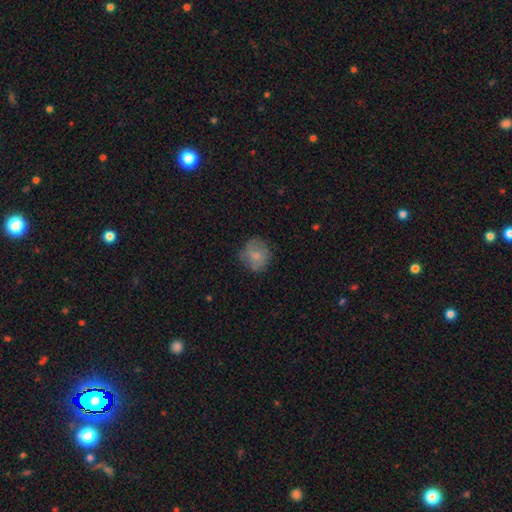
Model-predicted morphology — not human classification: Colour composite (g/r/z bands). It shows a smooth galaxy with no disk features (74%) that is round (76%). Merging: none (69%).